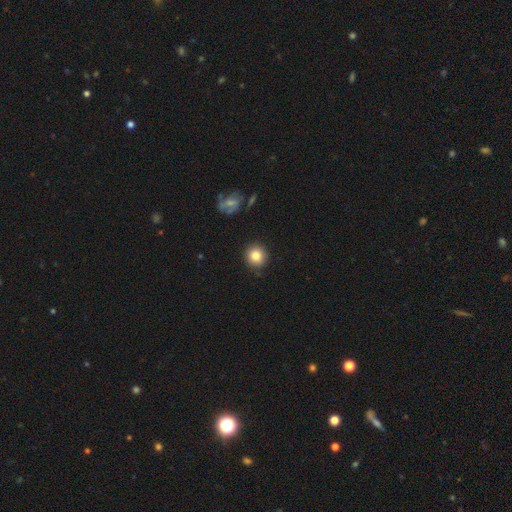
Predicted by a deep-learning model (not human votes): Overall: smooth (84%). How rounded: round (89%). Merging: none (87%).